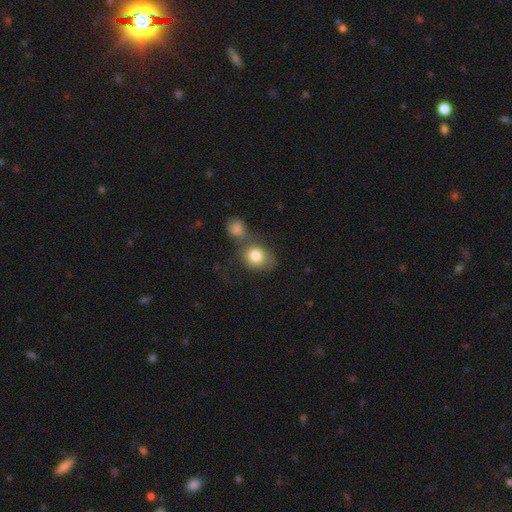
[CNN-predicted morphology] smooth-or-featured: smooth: 81% | featured or disk: 11% | star or artifact: 8%
  how-rounded: round: 52% | in between: 47% | cigar-shaped: 1%
  merging: none: 41% | merger: 35% | minor disturbance: 16% | major disturbance: 9%